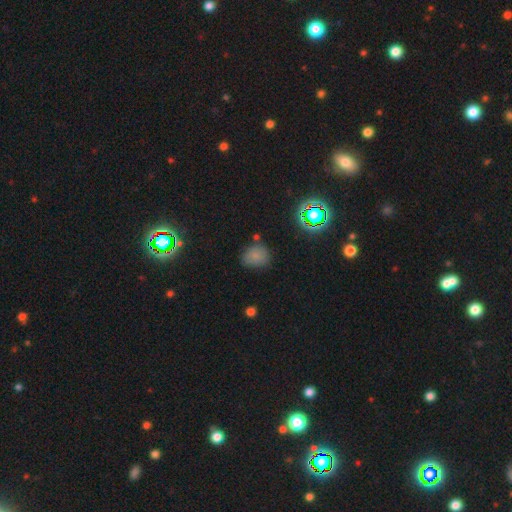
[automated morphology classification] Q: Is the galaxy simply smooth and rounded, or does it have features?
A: smooth — 70%.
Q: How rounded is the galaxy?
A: round — 58%.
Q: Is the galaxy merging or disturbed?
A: none — 68%.